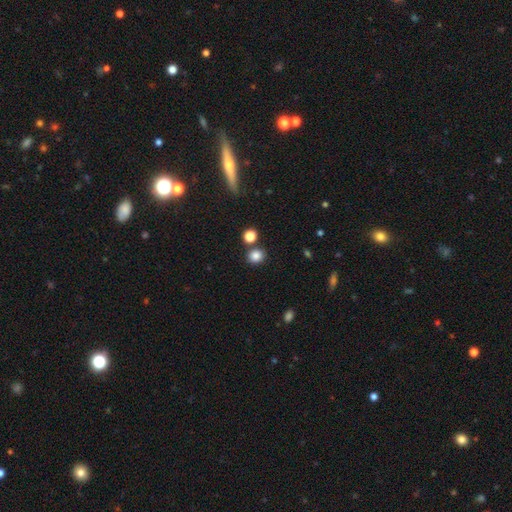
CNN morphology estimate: A smooth galaxy with no disk features (83%) that is round (78%). Merging: none (79%).